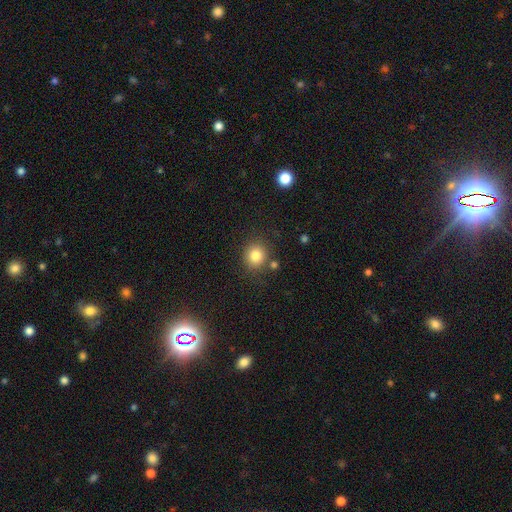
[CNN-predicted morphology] smooth-or-featured: smooth: 82% | star or artifact: 11% | featured or disk: 6%
  how-rounded: round: 84% | in between: 15% | cigar-shaped: 1%
  merging: none: 81% | minor disturbance: 10% | merger: 7% | major disturbance: 3%